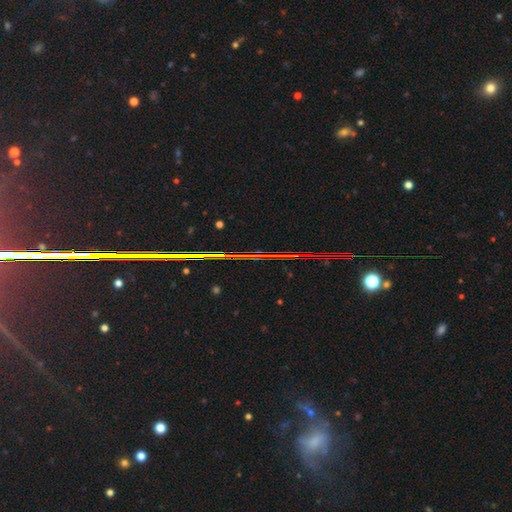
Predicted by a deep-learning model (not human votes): A star or artifact, not a galaxy (81%).

Vote fractions:
- Smooth or featured? star or artifact: 81% / featured or disk: 10% / smooth: 9%